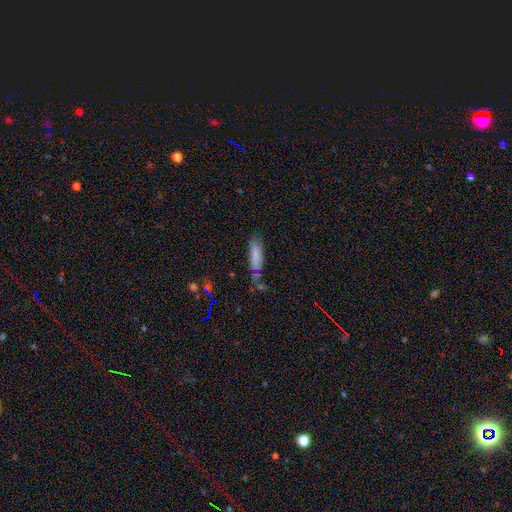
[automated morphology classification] This appears to be a smooth galaxy with no disk features (76%) that is cigar-shaped (59%). Merging: none (49%).